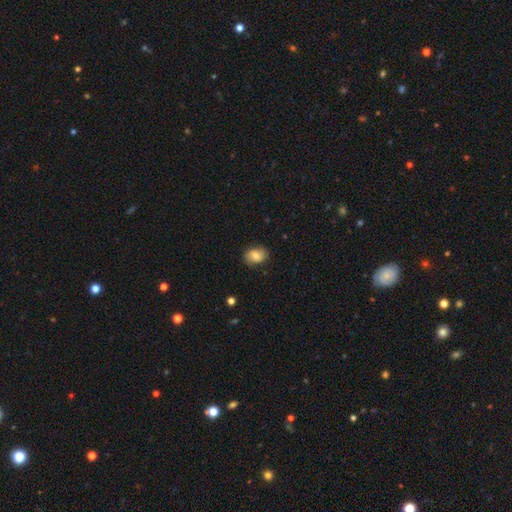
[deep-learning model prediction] smooth 76%, featured or disk 16%, star or artifact 8%. Down the decision tree: how rounded — in between (69%); merging — none (80%).